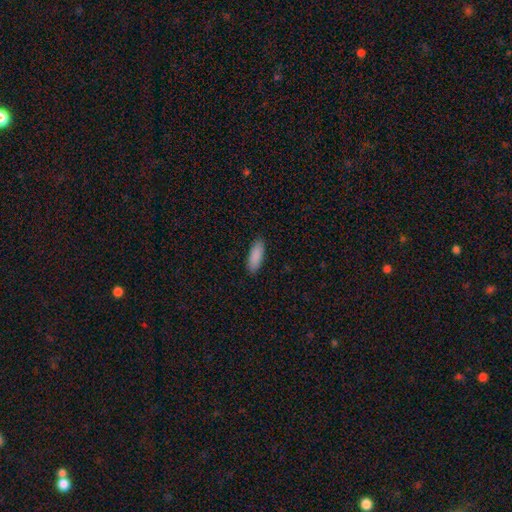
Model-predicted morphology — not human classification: Smooth or featured? Predicted: smooth (p=0.90). How rounded? Predicted: in between (p=0.67). Merging? Predicted: none (p=0.89).